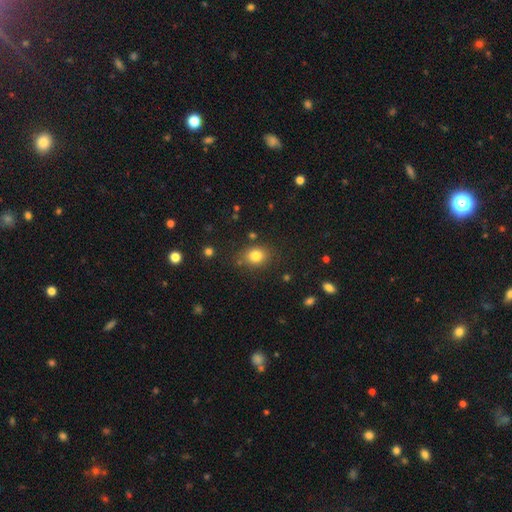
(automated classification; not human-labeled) smooth-or-featured: smooth: 80% | star or artifact: 12% | featured or disk: 7%
  how-rounded: round: 55% | in between: 44% | cigar-shaped: 1%
  merging: none: 80% | minor disturbance: 13% | merger: 4% | major disturbance: 4%